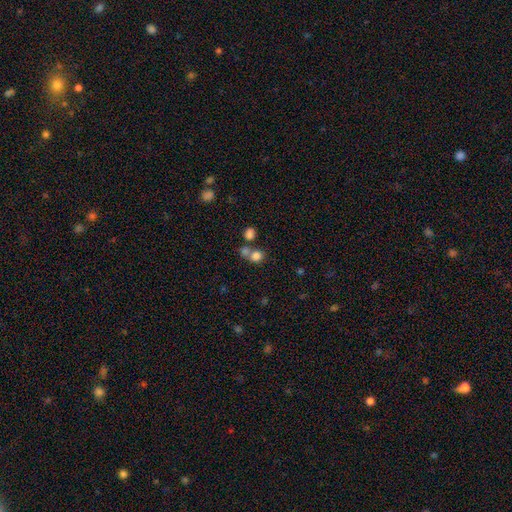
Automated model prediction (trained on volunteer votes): Smooth or featured? Predicted: smooth (p=0.79). How rounded? Predicted: round (p=0.78). Merging? Predicted: merger (p=0.45).